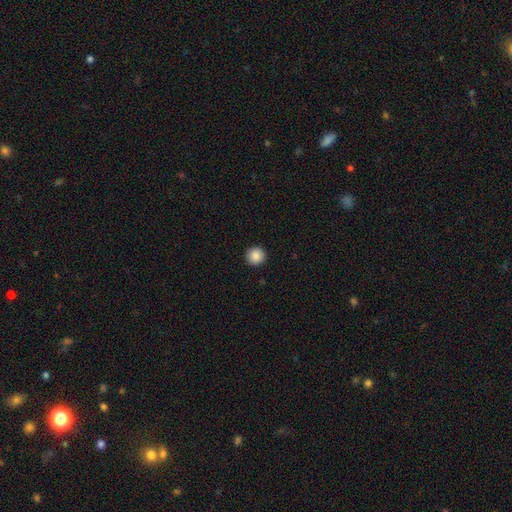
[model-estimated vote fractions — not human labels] smooth 88%, star or artifact 9%, featured or disk 3%. Down the decision tree: how rounded — round (95%); merging — none (93%).